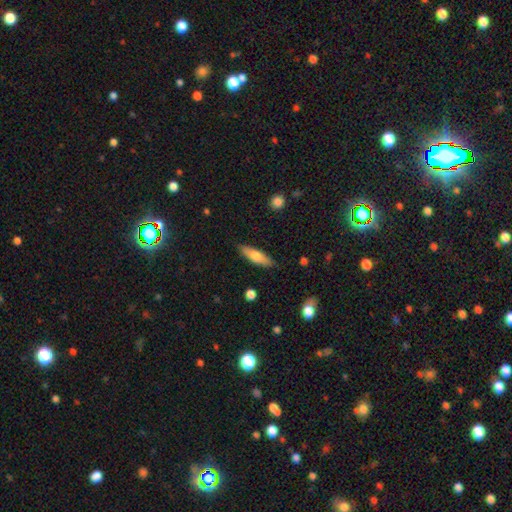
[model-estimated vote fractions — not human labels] Morphology: type=smooth (66%); roundness=cigar-shaped (52%); merging=none (85%).